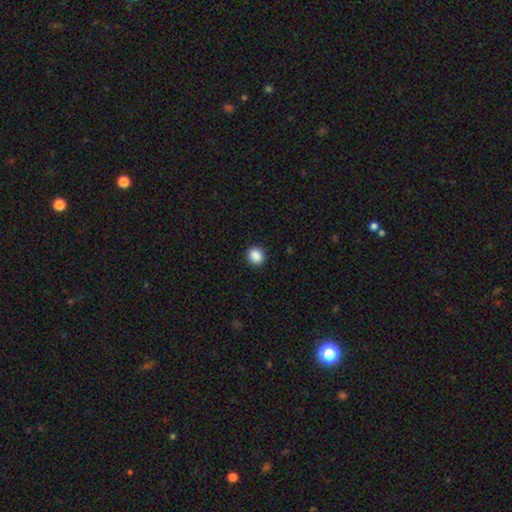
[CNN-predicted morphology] type=smooth (88%); roundness=round (79%); merging=none (91%).